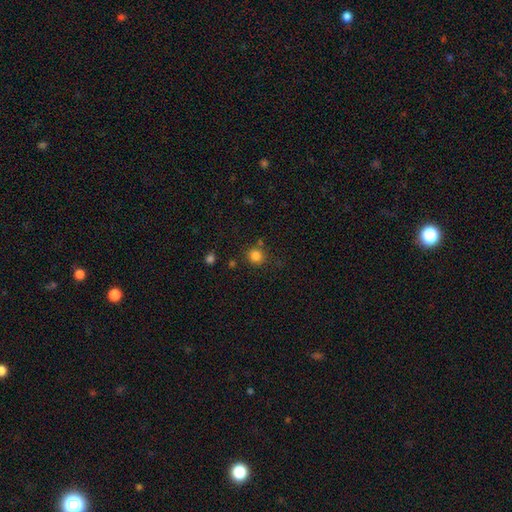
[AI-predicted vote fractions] A smooth galaxy with no disk features (83%) that is round (91%). Merging: none (77%).